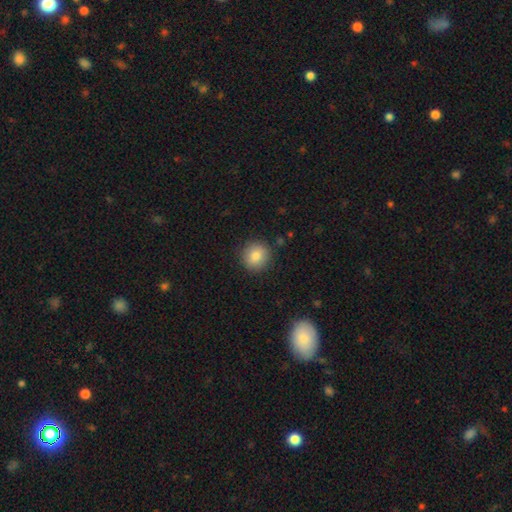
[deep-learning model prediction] Smooth or featured? smooth (84%)
How rounded? round (92%)
Merging? none (89%)